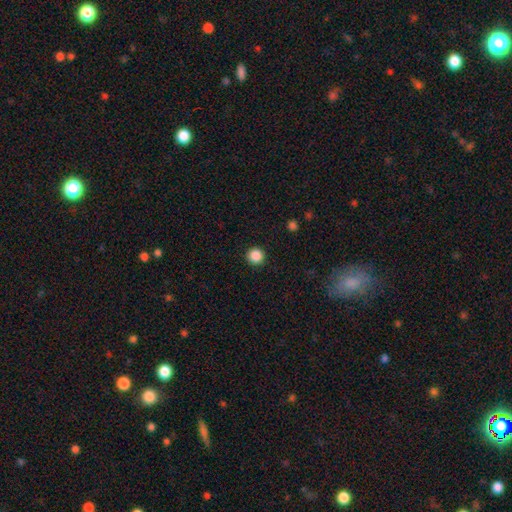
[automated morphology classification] Overall: smooth (87%). How rounded: round (96%). Merging: none (93%).